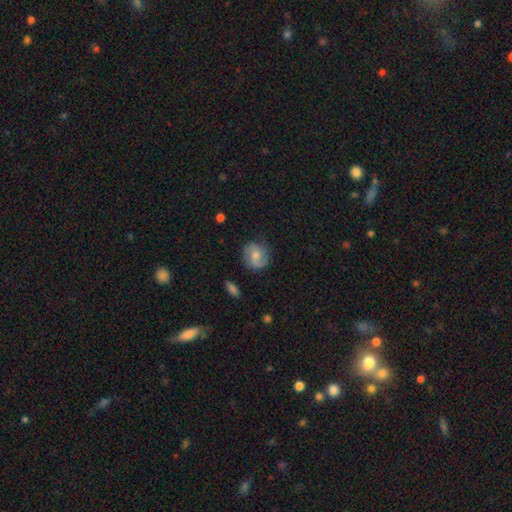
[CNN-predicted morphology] featured or disk 51%, smooth 41%, star or artifact 8%. Down the decision tree: edge-on disk — no (97%); merging — none (75%).